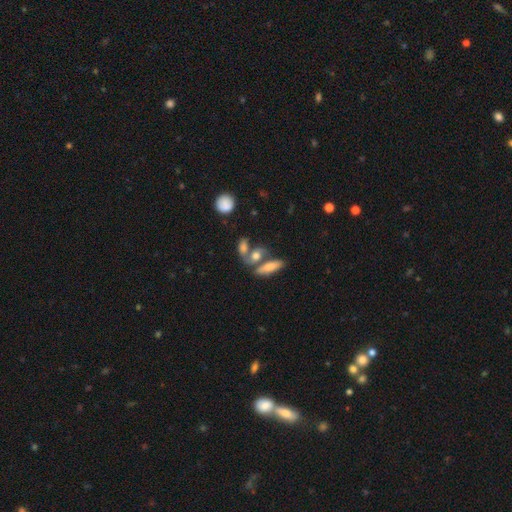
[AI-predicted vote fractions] The model was most divided on "merging": merger: 48%, none: 33%, minor disturbance: 11%, major disturbance: 8%. More confident: how rounded — in between (67%); smooth or featured — smooth (60%).